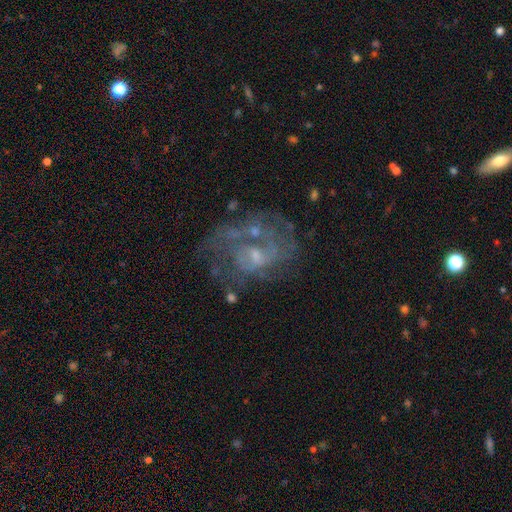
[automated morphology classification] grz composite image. It shows a featured or disk galaxy (79%) with no bar (62%), medium (42%) spiral arms (77%) and a small central bulge (58%). Merging: none (49%).